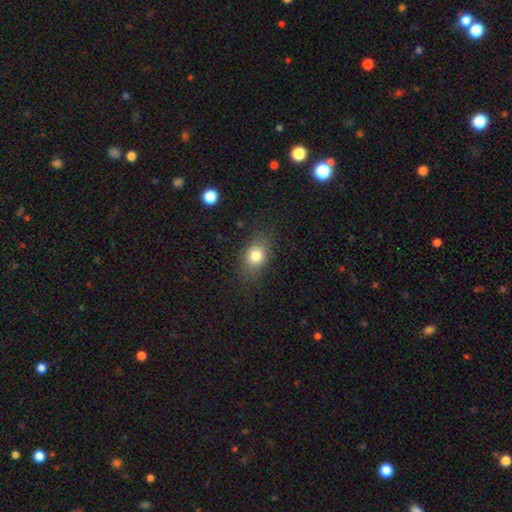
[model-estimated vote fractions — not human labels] Morphology: type=smooth (80%); roundness=in between (67%); merging=none (80%).